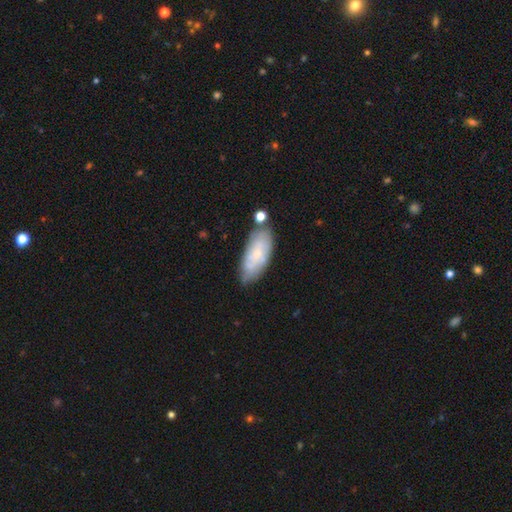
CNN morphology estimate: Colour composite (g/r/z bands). It shows a smooth galaxy with no disk features (51%) that is in between round and cigar-shaped (80%). Merging: none (69%).